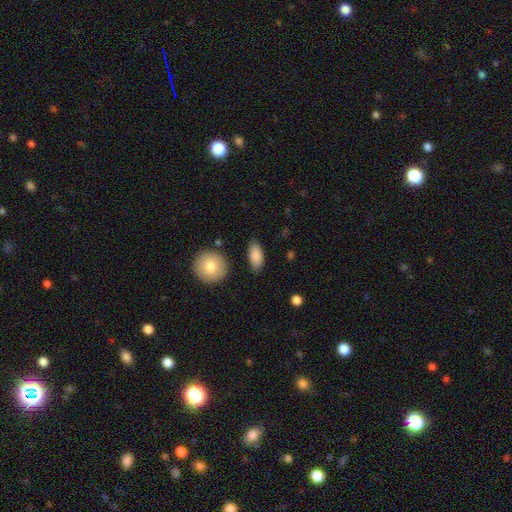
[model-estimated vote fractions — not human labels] Morphology: type=smooth (86%); roundness=in between (89%); merging=none (81%).